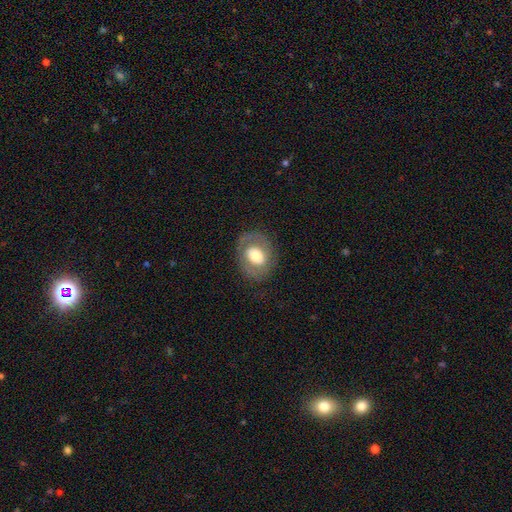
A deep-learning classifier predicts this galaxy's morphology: This is possibly a smooth galaxy (49%). Merging: likely none (78%).